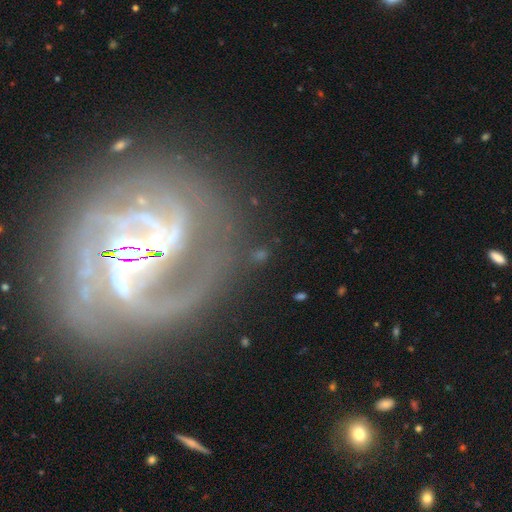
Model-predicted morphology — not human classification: This is likely a featured or disk galaxy (73%). It is clearly not viewed edge-on (93%). Bar: marginally strong (43%). Spiral arm pattern: clearly yes (83%). Spiral arm count: possibly 2 (52%). Spiral winding: marginally medium (40%). Central bulge: marginally moderate (43%). Merging: likely none (65%).